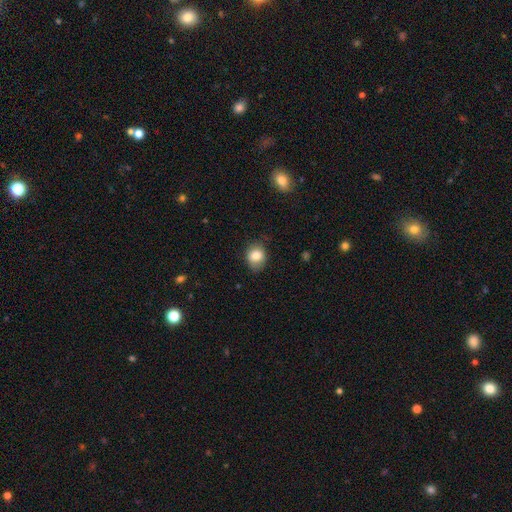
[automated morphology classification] Q: Smooth or featured?
A: smooth (82%); runner-up: featured or disk (9%)
Q: How rounded?
A: round (57%); runner-up: in between (42%)
Q: Merging?
A: none (71%); runner-up: minor disturbance (22%)